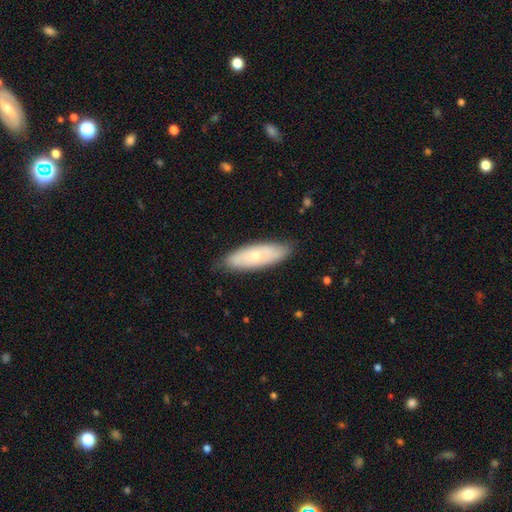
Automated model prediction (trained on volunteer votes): smooth_or_featured: smooth (p=0.55) [alt: featured or disk p=0.39]
how_rounded: in between (p=0.60) [alt: cigar-shaped p=0.38]
merging: none (p=0.82) [alt: minor disturbance p=0.14]